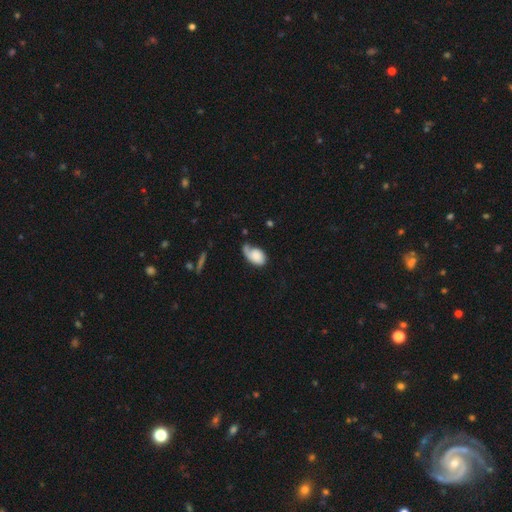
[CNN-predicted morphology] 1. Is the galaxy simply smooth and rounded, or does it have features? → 65% smooth, 28% featured or disk, 7% star or artifact.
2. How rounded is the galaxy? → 88% in between, 11% round, 2% cigar-shaped.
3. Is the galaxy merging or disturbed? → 35% none, 30% minor disturbance, 27% major disturbance, 7% merger.